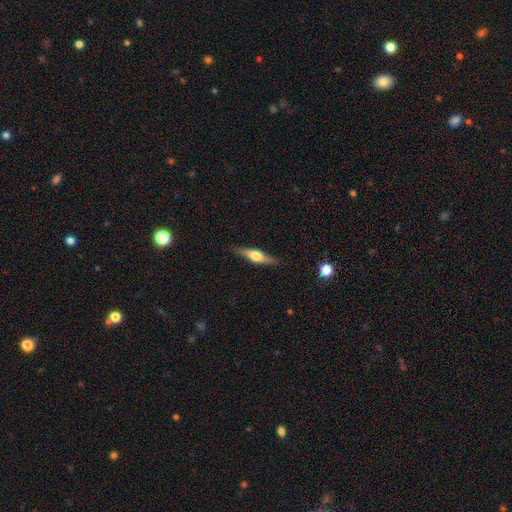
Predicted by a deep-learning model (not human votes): Overall: featured or disk (61%; smooth 33%). Edge-on disk: yes (94%). Edge-on bulge: rounded (91%). Merging: none (86%).